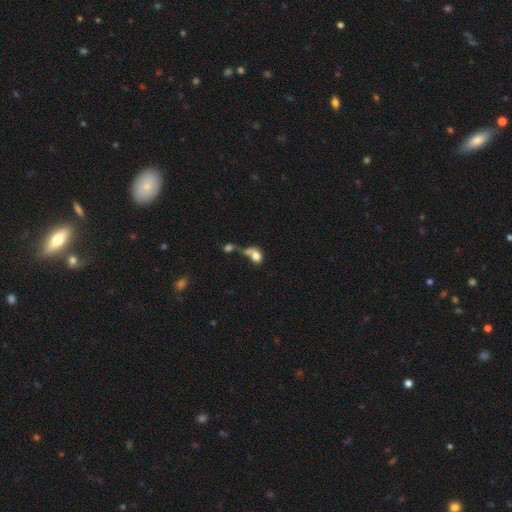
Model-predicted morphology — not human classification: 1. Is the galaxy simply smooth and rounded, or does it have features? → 74% smooth, 16% featured or disk, 10% star or artifact.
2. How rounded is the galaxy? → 56% in between, 42% round, 3% cigar-shaped.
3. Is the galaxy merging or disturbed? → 55% merger, 20% none, 15% major disturbance, 10% minor disturbance.